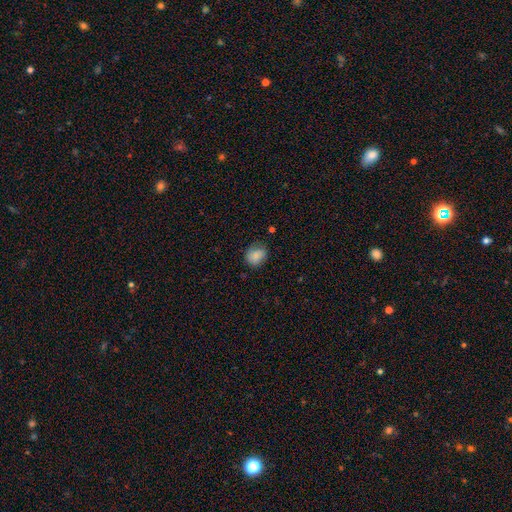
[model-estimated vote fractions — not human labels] A smooth galaxy with no disk features (83%) that is round (56%). Merging: none (64%).